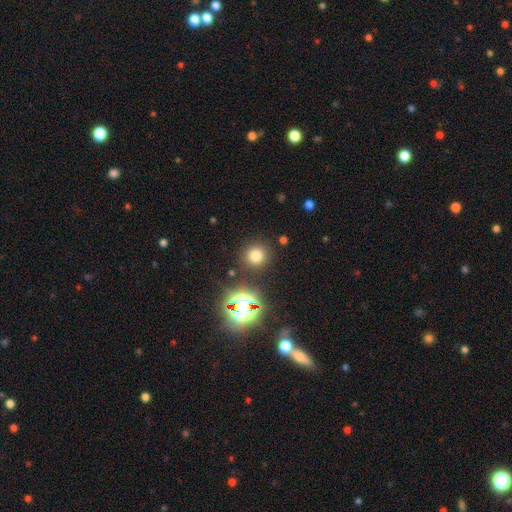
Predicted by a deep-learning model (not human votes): Smooth or featured? smooth (70%)
How rounded? round (92%)
Merging? none (86%)